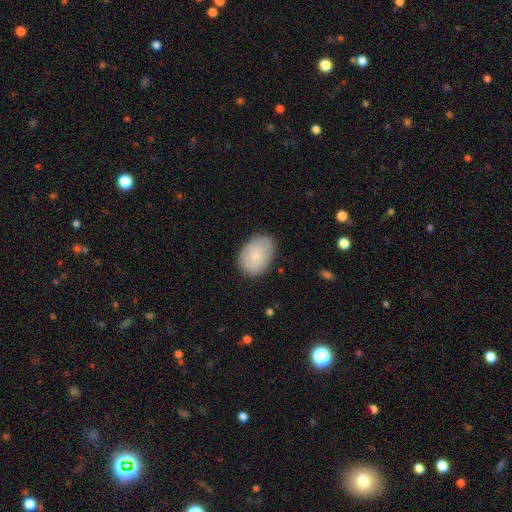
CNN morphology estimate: smooth_or_featured: smooth (p=0.84) [alt: featured or disk p=0.09]
how_rounded: in between (p=0.82) [alt: round p=0.17]
merging: none (p=0.79) [alt: minor disturbance p=0.16]